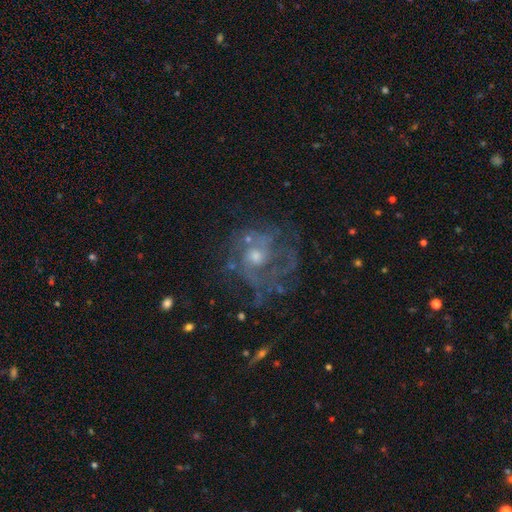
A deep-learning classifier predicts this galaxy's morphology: This appears to be a featured or disk galaxy (68%) with no bar (80%), spiral arms (60%) and a moderate central bulge (52%). Merging: none (58%).